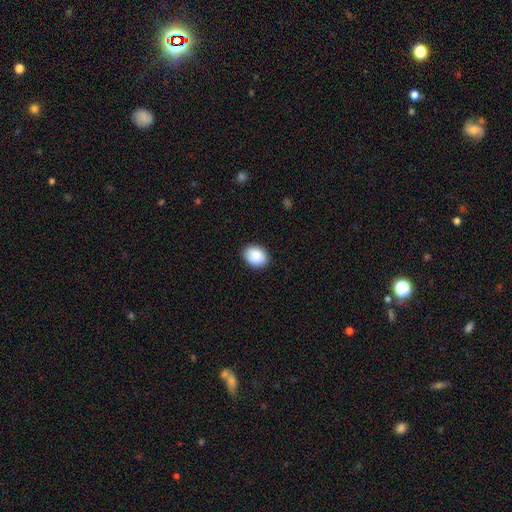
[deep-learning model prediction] Smooth or featured: smooth — 87% (star or artifact — 7%)
How rounded: in between — 61% (round — 38%)
Merging: none — 88% (minor disturbance — 9%)